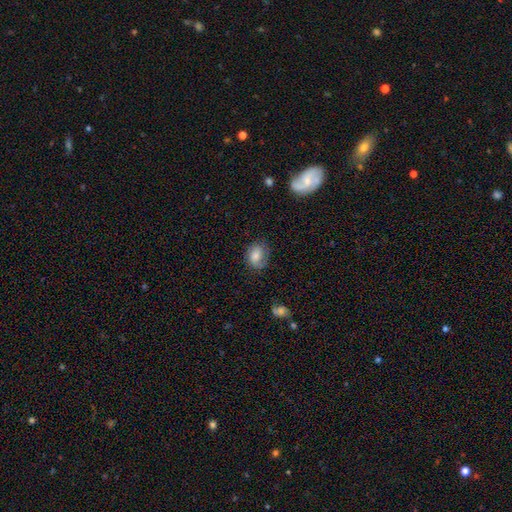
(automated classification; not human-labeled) The model was most divided on "how rounded": in between: 65%, round: 34%, cigar-shaped: 1%. More confident: smooth or featured — smooth (72%); merging — none (67%).